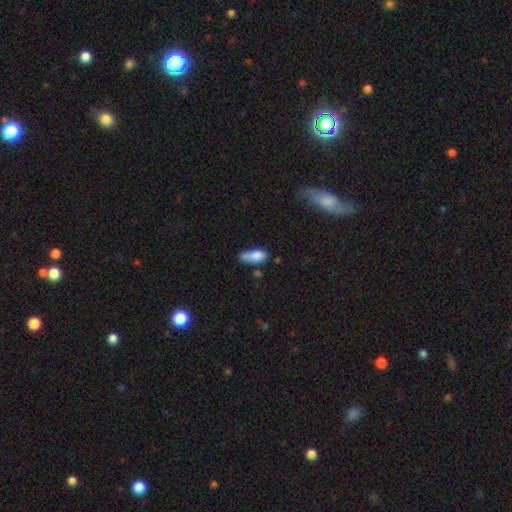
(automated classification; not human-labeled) Smooth or featured? smooth (80%)
How rounded? in between (80%)
Merging? none (37%)